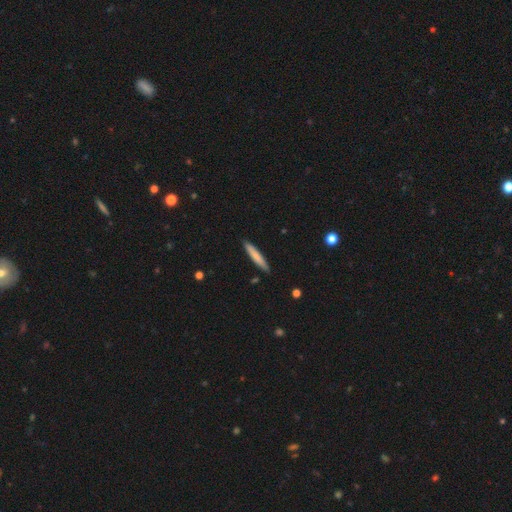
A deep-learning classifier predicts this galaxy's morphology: smooth_or_featured: smooth (p=0.75) [alt: featured or disk p=0.19]
how_rounded: cigar-shaped (p=0.93) [alt: in between p=0.05]
merging: none (p=0.88) [alt: minor disturbance p=0.09]